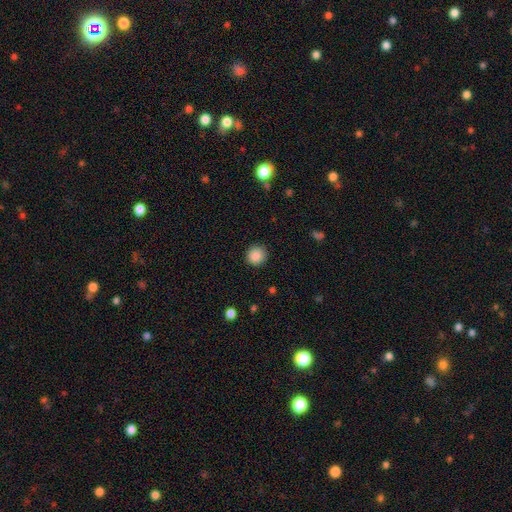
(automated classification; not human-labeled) smooth_or_featured: smooth (p=0.88) [alt: star or artifact p=0.09]
how_rounded: round (p=0.94) [alt: in between p=0.05]
merging: none (p=0.90) [alt: minor disturbance p=0.07]